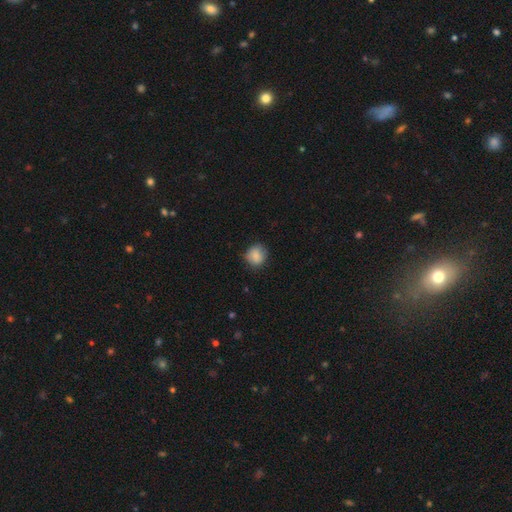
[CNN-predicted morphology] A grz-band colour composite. It shows a smooth galaxy with no disk features (86%) that is round (80%). Merging: none (78%).